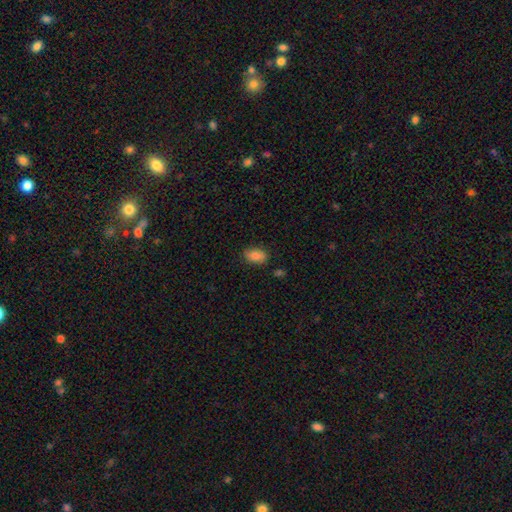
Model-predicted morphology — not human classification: The model was most divided on "merging": none: 84%, minor disturbance: 12%, major disturbance: 3%, merger: 2%. More confident: how rounded — in between (91%); smooth or featured — smooth (84%).